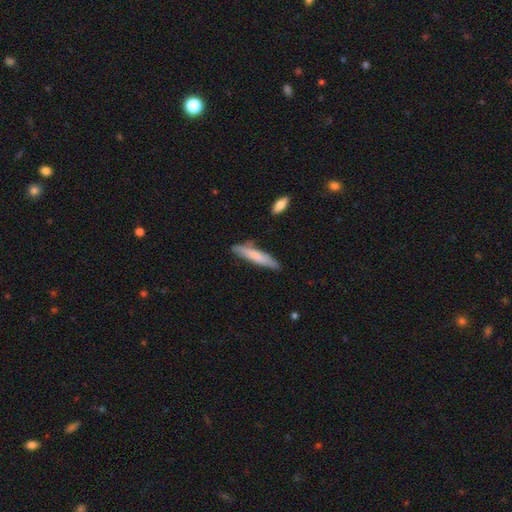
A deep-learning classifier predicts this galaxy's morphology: This appears to be a smooth galaxy with no disk features (73%) that is cigar-shaped (89%). Merging: none (80%).